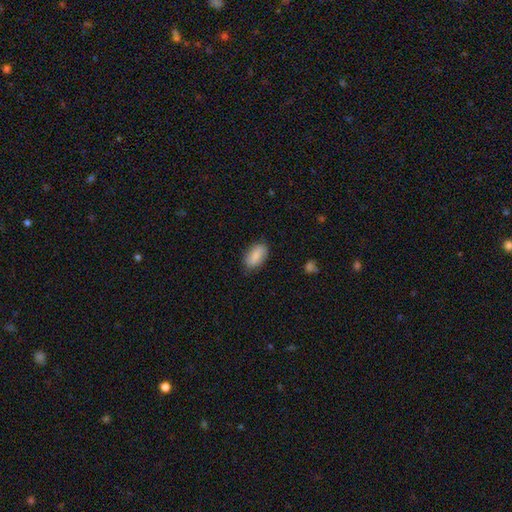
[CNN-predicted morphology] A smooth galaxy with no disk features (82%) that is in between round and cigar-shaped (92%).

Vote fractions:
- Smooth or featured? smooth: 82% / featured or disk: 11% / star or artifact: 6%
- How rounded? in between: 92% / round: 4% / cigar-shaped: 3%
- Merging? none: 81% / minor disturbance: 15% / major disturbance: 3% / merger: 1%